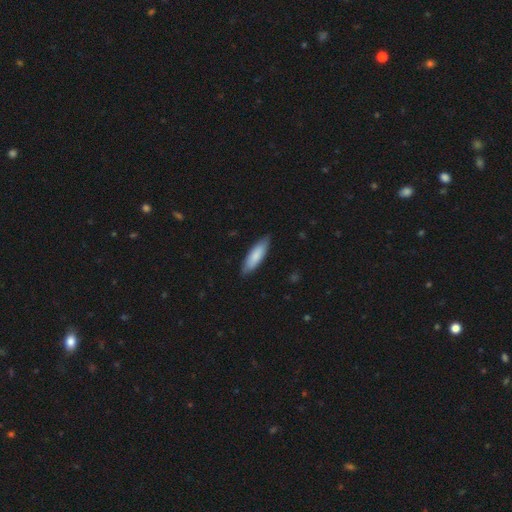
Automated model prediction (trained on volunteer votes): The model was most divided on "how rounded": cigar-shaped: 53%, in between: 46%, round: 1%. More confident: merging — none (84%); smooth or featured — smooth (82%).